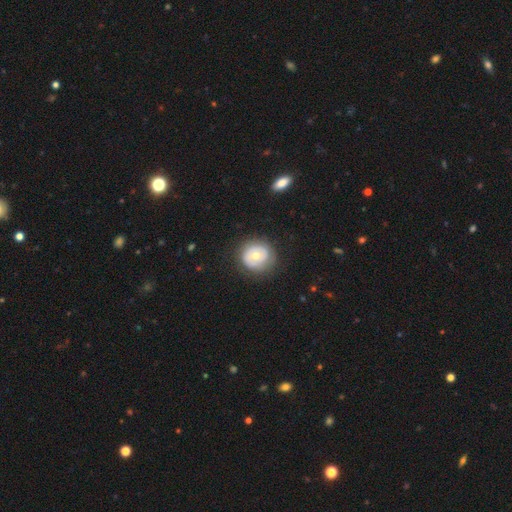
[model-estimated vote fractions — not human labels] Smooth or featured?
  - featured or disk: 48% *
  - smooth: 45%
  - star or artifact: 7%
Merging?
  - none: 79% *
  - minor disturbance: 14%
  - major disturbance: 6%
  - merger: 1%